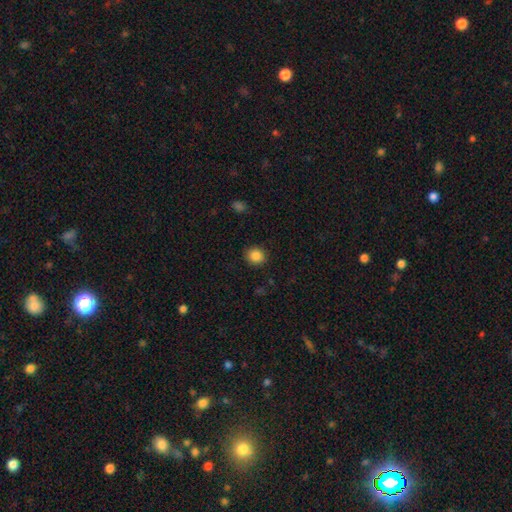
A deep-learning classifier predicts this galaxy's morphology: type=smooth (87%); roundness=round (81%); merging=none (90%).